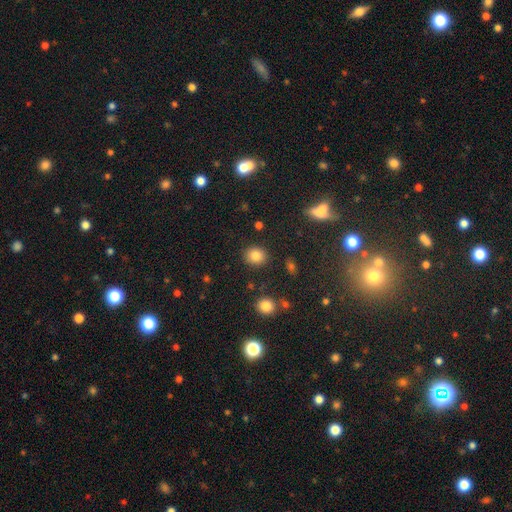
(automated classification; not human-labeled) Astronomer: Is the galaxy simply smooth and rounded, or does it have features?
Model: smooth — 84%.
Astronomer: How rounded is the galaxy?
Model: round — 65%.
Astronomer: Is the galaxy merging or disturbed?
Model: none — 88%.